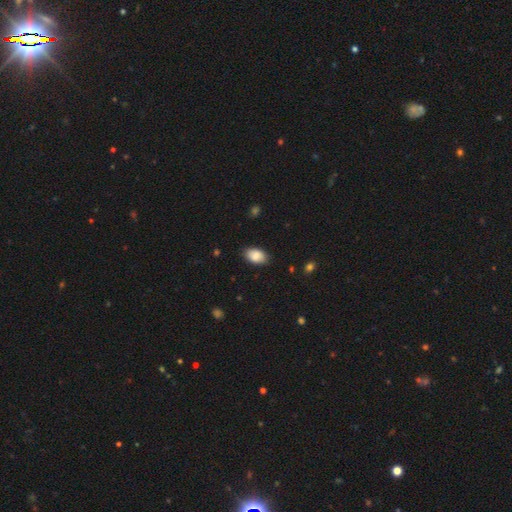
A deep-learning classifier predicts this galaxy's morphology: smooth_or_featured: smooth (p=0.88) [alt: star or artifact p=0.07]
how_rounded: in between (p=0.93) [alt: round p=0.06]
merging: none (p=0.85) [alt: minor disturbance p=0.12]